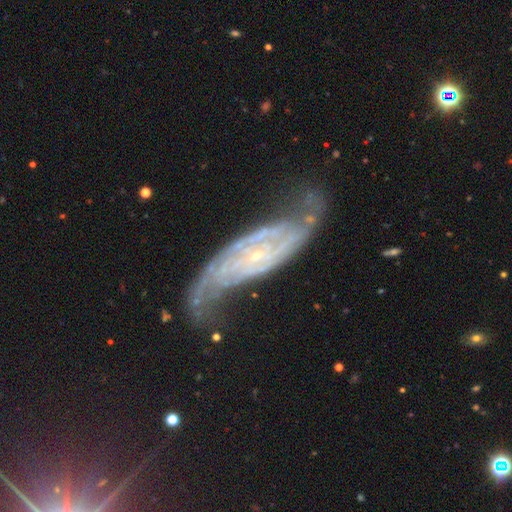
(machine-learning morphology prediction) type=featured or disk (88%); edge-on=no (89%); bar=no (60%); spiral arms=yes (96%); winding=tight (42%); arm count=2 (65%); bulge=small (86%); merging=none (58%).